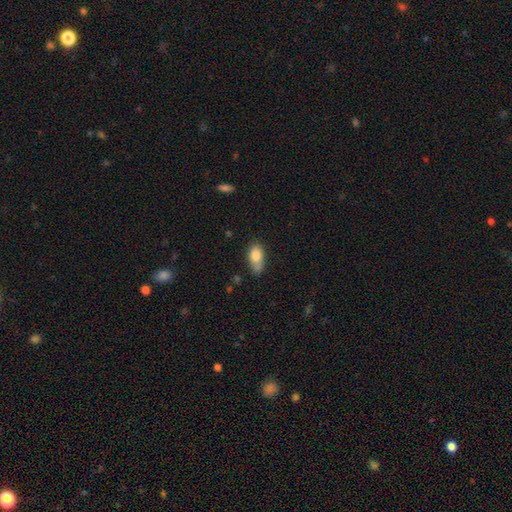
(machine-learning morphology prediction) type=smooth (80%); roundness=in between (87%); merging=none (48%).